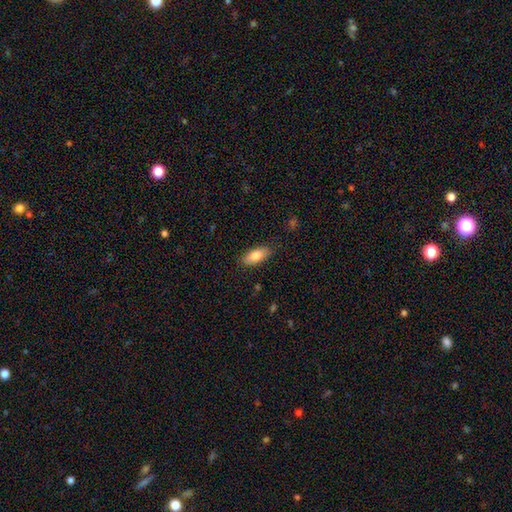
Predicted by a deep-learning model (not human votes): Smooth or featured: smooth — 82% (featured or disk — 11%)
How rounded: in between — 85% (cigar-shaped — 13%)
Merging: none — 85% (minor disturbance — 11%)